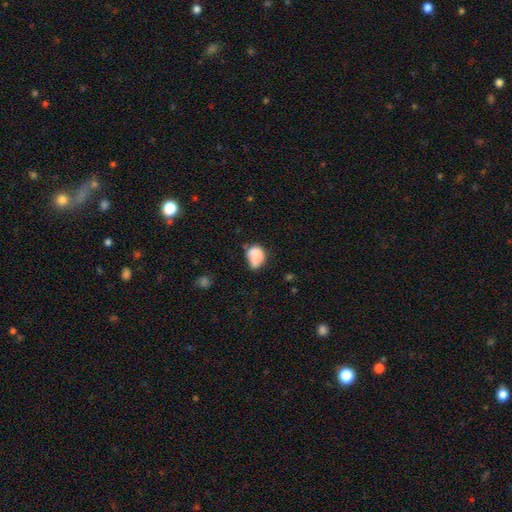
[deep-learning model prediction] smooth-or-featured: smooth: 73% | featured or disk: 19% | star or artifact: 9%
  how-rounded: in between: 63% | round: 36% | cigar-shaped: 1%
  merging: none: 39% | minor disturbance: 38% | major disturbance: 15% | merger: 9%